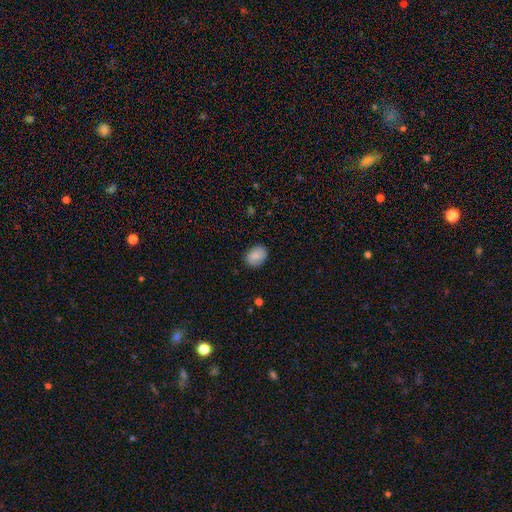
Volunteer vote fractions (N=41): A smooth galaxy with no disk features (93%) that is in between round and cigar-shaped (55%).

Vote fractions:
- Smooth or featured? smooth: 93% / featured or disk: 5% / star or artifact: 2%
- How rounded? in between: 55% / round: 45% / cigar-shaped: 0%
- Merging? none: 82% / minor disturbance: 12% / major disturbance: 5% / merger: 0%